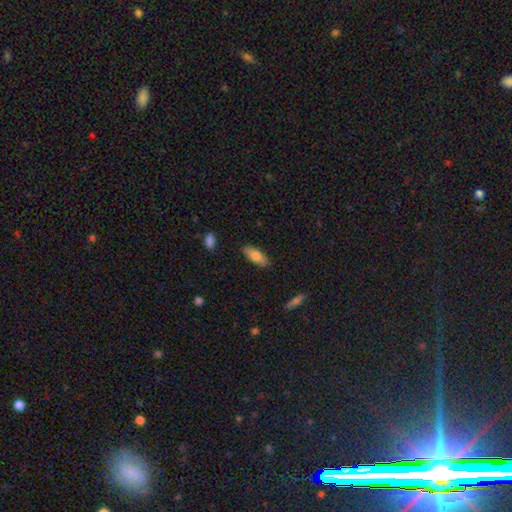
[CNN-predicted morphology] Q: Smooth or featured?
A: smooth (78%); runner-up: featured or disk (16%)
Q: How rounded?
A: in between (74%); runner-up: cigar-shaped (24%)
Q: Merging?
A: none (86%); runner-up: minor disturbance (11%)